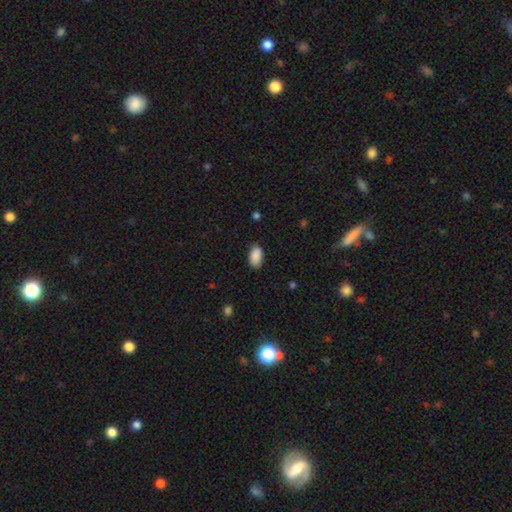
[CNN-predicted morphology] smooth 90%, star or artifact 7%, featured or disk 3%. Down the decision tree: how rounded — in between (94%); merging — none (84%).